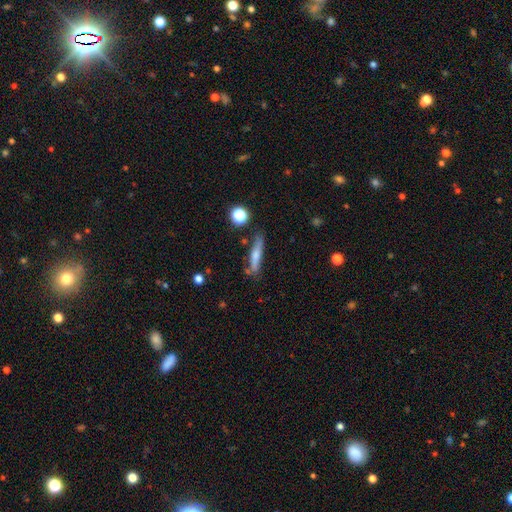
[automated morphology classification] type=smooth (61%); roundness=cigar-shaped (84%); merging=none (72%).